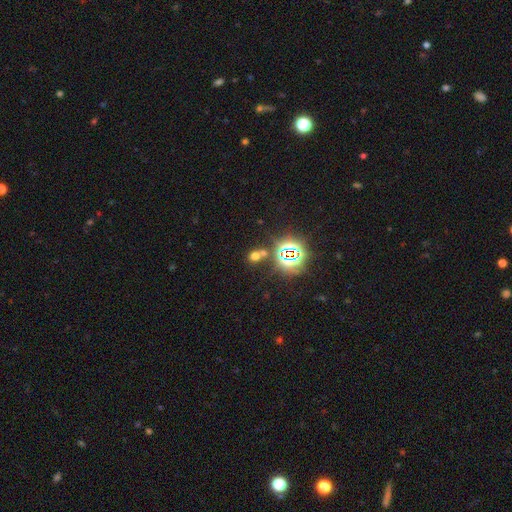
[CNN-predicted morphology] smooth_or_featured: smooth (p=0.48) [alt: star or artifact p=0.43]
merging: none (p=0.64) [alt: merger p=0.21]